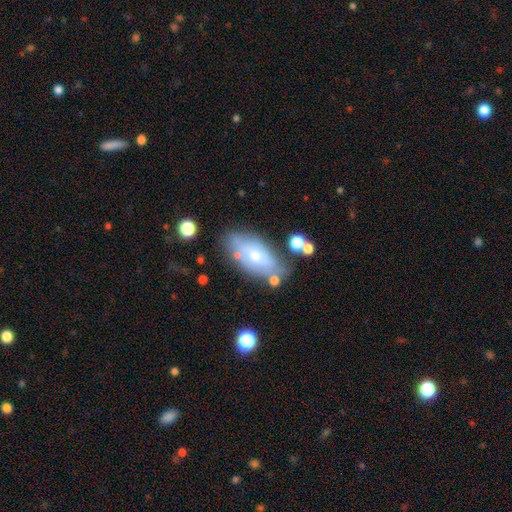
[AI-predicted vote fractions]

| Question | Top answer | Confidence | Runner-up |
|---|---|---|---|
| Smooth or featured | smooth | 47% | featured or disk (45%) |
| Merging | none | 62% | minor disturbance (22%) |